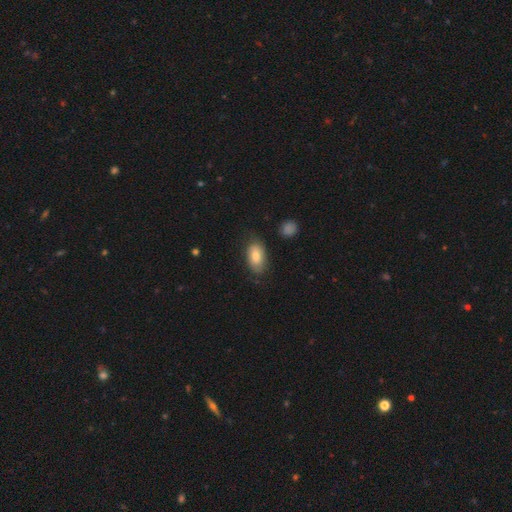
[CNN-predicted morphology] A smooth galaxy with no disk features (77%) that is in between round and cigar-shaped (92%). Merging: none (72%).